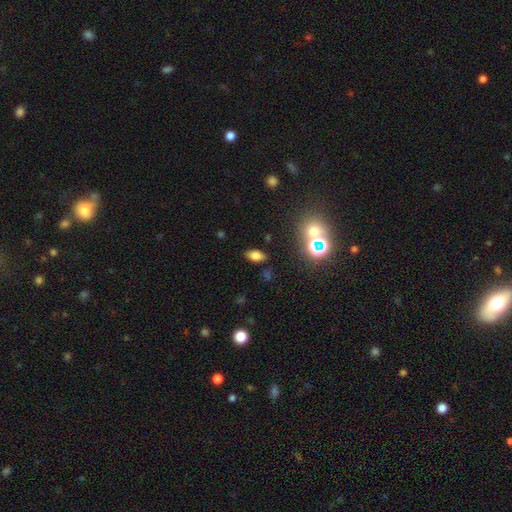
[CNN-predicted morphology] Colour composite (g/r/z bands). It shows a smooth galaxy with no disk features (72%) that is in between round and cigar-shaped (89%). Merging: none (86%).